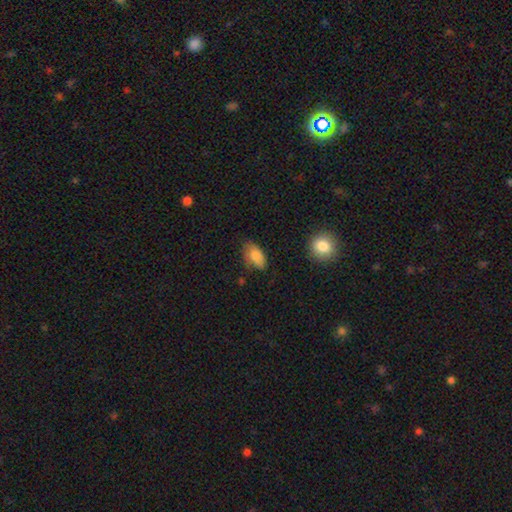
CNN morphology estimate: smooth_or_featured: smooth (p=0.80) [alt: featured or disk p=0.12]
how_rounded: in between (p=0.91) [alt: round p=0.06]
merging: none (p=0.65) [alt: minor disturbance p=0.27]